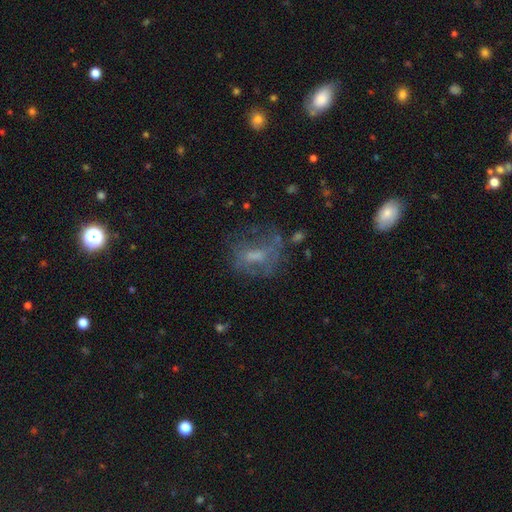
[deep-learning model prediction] A featured or disk galaxy (45%). Merging: none (49%).